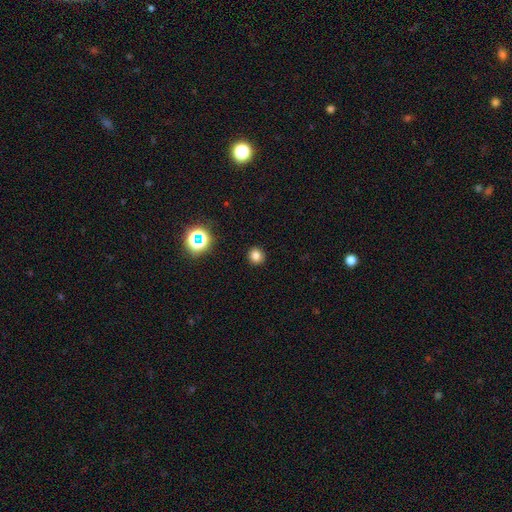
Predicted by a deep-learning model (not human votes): smooth 77%, star or artifact 17%, featured or disk 6%. Down the decision tree: how rounded — round (90%); merging — none (92%).